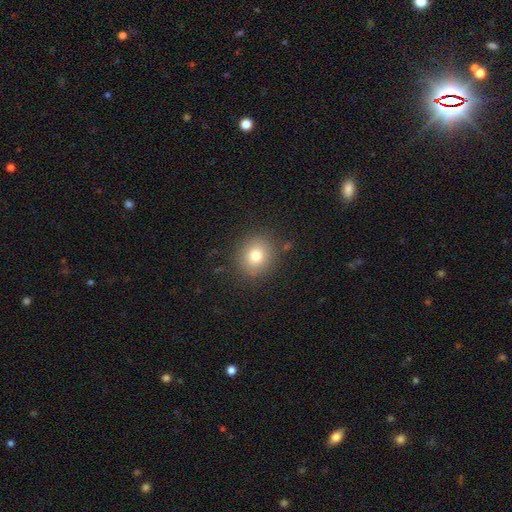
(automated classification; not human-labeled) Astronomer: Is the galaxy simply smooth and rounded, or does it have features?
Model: smooth — 77%.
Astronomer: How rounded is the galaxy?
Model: round — 81%.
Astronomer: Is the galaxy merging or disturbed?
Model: none — 86%.